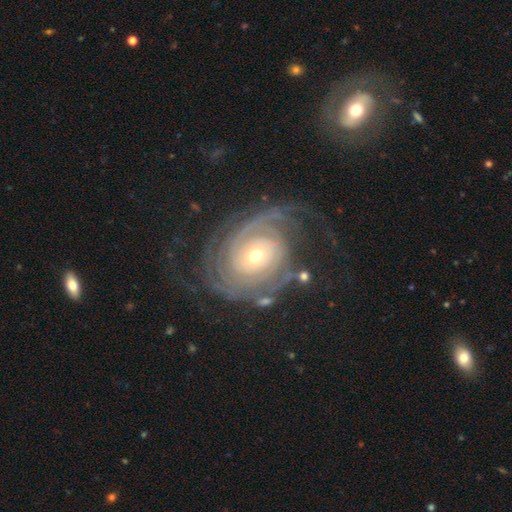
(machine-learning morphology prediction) Smooth or featured: featured or disk — 87% (smooth — 7%)
Edge-on disk: no — 97% (yes — 3%)
Bar: no — 78% (weak — 16%)
Spiral arms: yes — 96% (no — 4%)
Spiral winding: tight — 75% (medium — 19%)
Spiral arm count: can't tell — 29% (2 — 23%)
Bulge size: small — 50% (moderate — 44%)
Merging: none — 65% (minor disturbance — 17%)